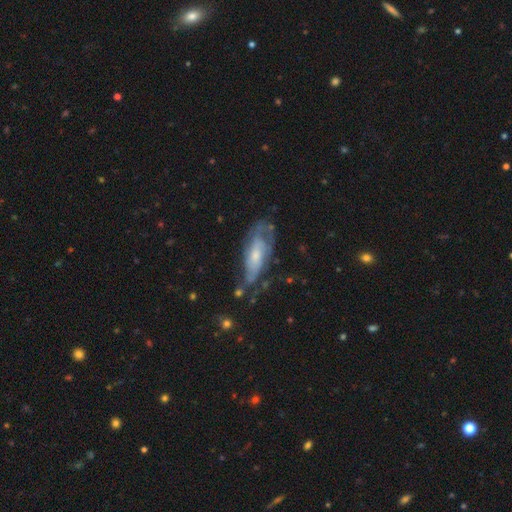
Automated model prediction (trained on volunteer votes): This is likely a featured or disk galaxy (61%). It is clearly not viewed edge-on (81%). Merging: possibly none (47%).